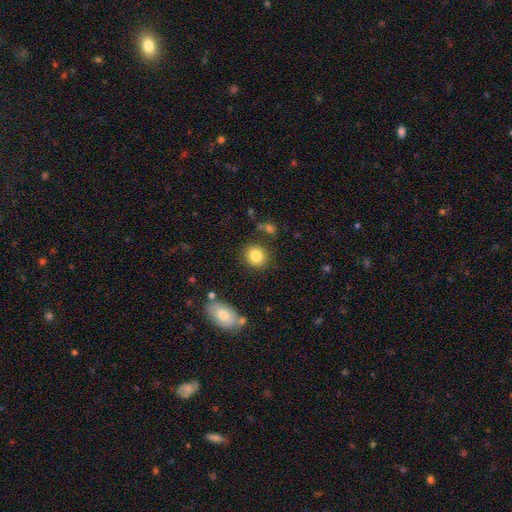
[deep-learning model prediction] Smooth or featured: smooth — 85% (star or artifact — 9%)
How rounded: round — 79% (in between — 20%)
Merging: none — 84% (minor disturbance — 9%)